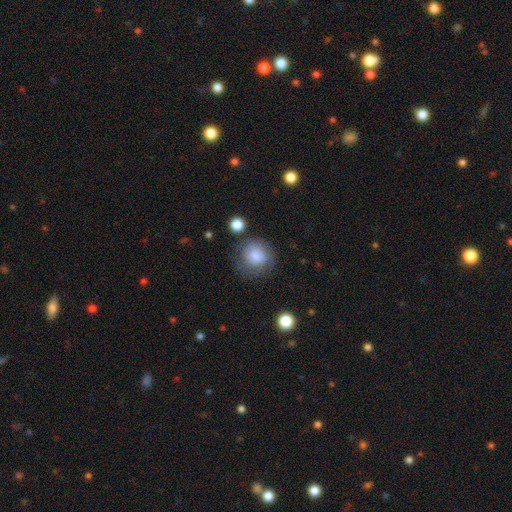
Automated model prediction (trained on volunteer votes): A smooth galaxy with no disk features (78%) that is round (87%).

Vote fractions:
- Smooth or featured? smooth: 78% / featured or disk: 14% / star or artifact: 8%
- How rounded? round: 87% / in between: 12% / cigar-shaped: 1%
- Merging? none: 66% / minor disturbance: 20% / major disturbance: 11% / merger: 4%